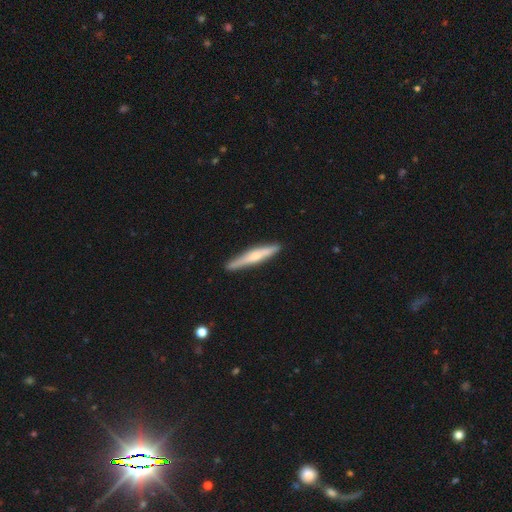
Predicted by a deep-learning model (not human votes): This is possibly a featured or disk galaxy (50%). Merging: clearly none (89%).